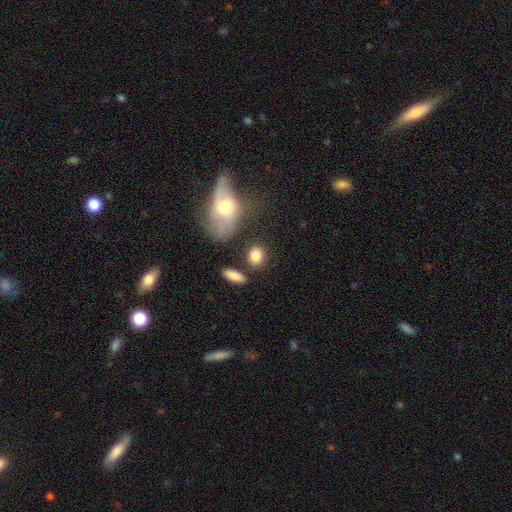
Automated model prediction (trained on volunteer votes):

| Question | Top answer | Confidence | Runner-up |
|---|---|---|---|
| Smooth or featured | smooth | 84% | star or artifact (8%) |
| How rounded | round | 49% | tied: in between (49%) |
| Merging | none | 74% | minor disturbance (12%) |